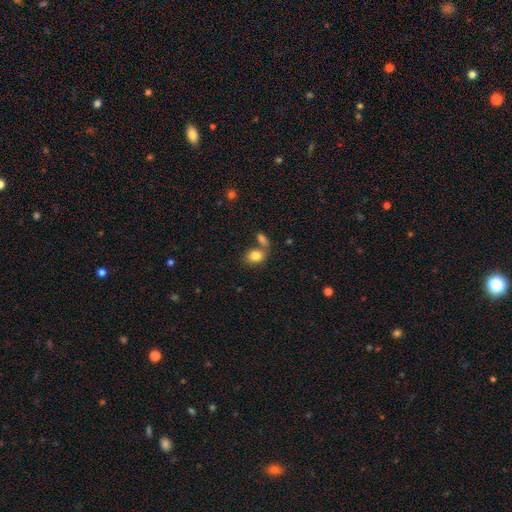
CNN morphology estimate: Q: Smooth or featured?
A: smooth (82%); runner-up: featured or disk (9%)
Q: How rounded?
A: in between (67%); runner-up: round (32%)
Q: Merging?
A: none (48%); runner-up: merger (35%)